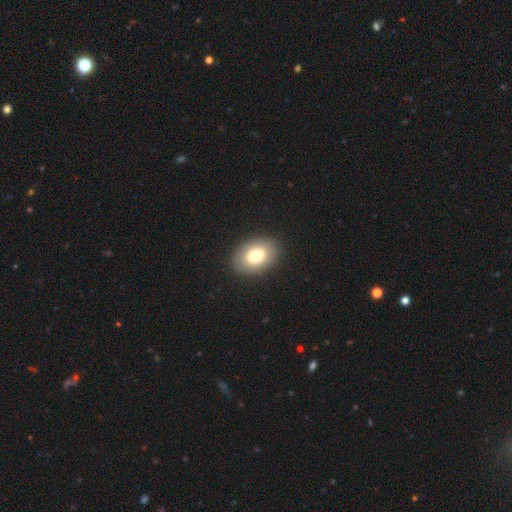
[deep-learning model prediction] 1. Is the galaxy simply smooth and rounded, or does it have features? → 79% smooth, 13% featured or disk, 8% star or artifact.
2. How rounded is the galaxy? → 80% in between, 19% round, 1% cigar-shaped.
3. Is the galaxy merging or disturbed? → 89% none, 8% minor disturbance, 3% major disturbance, 1% merger.